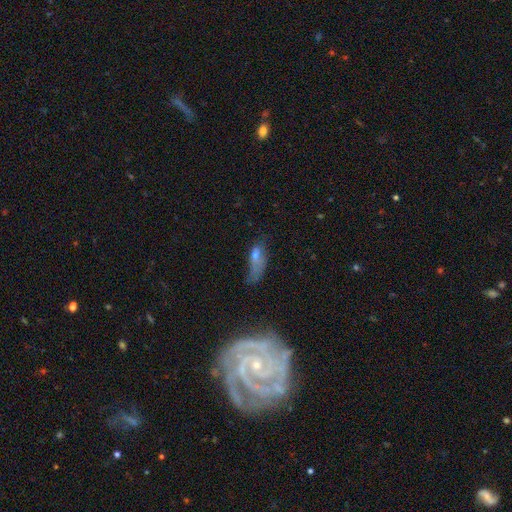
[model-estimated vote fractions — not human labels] This appears to be a smooth galaxy with no disk features (51%) that is in between round and cigar-shaped (61%). Merging: major disturbance (34%).